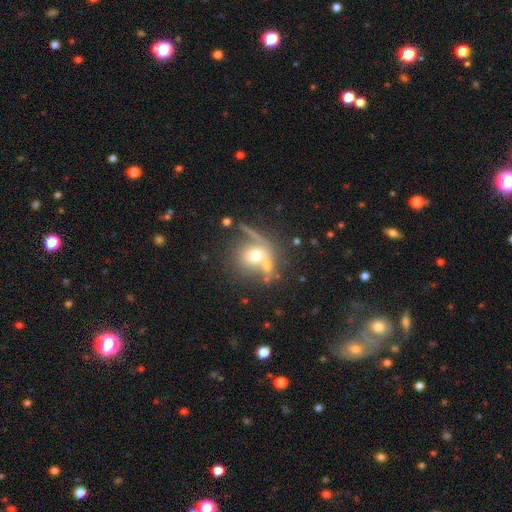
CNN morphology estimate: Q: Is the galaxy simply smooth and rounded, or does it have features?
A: smooth — 61%.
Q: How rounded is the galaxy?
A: round — 79%.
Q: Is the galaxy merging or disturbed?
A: none — 45%.